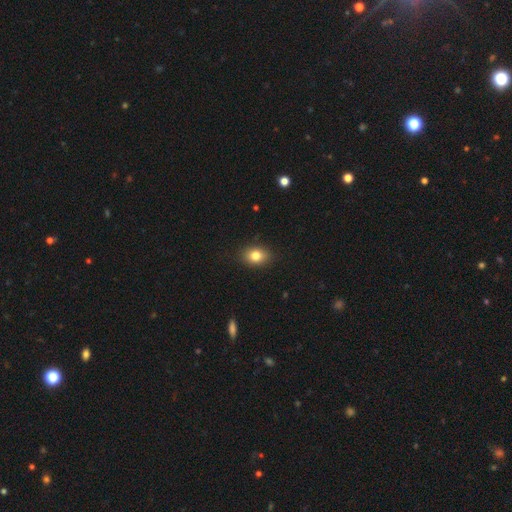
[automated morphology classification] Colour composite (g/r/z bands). It shows a smooth galaxy with no disk features (82%) that is in between round and cigar-shaped (71%). Merging: none (87%).